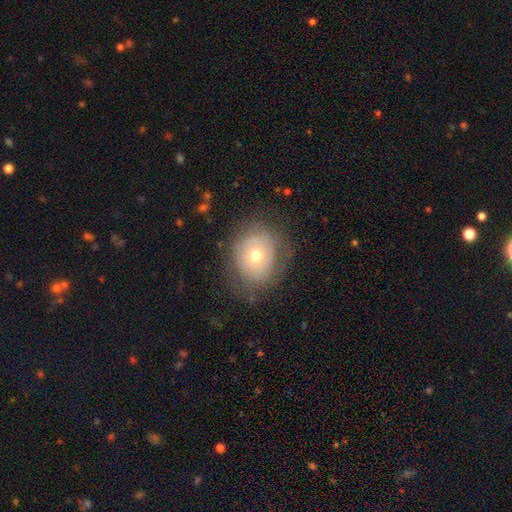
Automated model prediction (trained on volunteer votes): Smooth or featured: featured or disk — 53% (smooth — 38%)
Edge-on disk: no — 96% (yes — 4%)
Bar: no — 84% (weak — 13%)
Spiral arms: yes — 66% (no — 34%)
Bulge size: moderate — 63% (small — 31%)
Merging: none — 67% (minor disturbance — 21%)